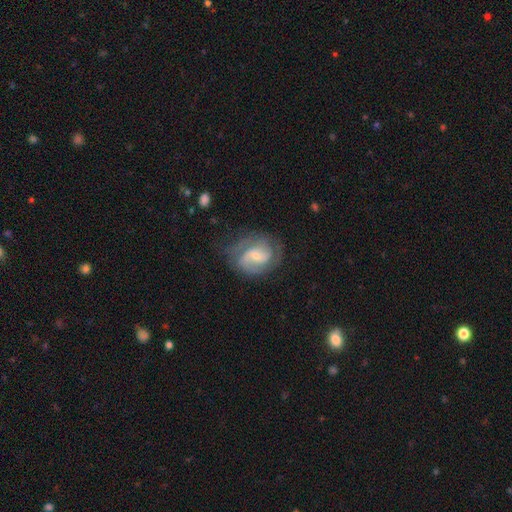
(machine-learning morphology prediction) Q: Smooth or featured?
A: featured or disk (82%); runner-up: smooth (13%)
Q: Edge-on disk?
A: no (98%); runner-up: yes (2%)
Q: Bar?
A: weak (47%); runner-up: no (42%)
Q: Spiral arms?
A: yes (95%); runner-up: no (5%)
Q: Spiral winding?
A: medium (46%); runner-up: tight (40%)
Q: Spiral arm count?
A: 2 (65%); runner-up: can't tell (14%)
Q: Bulge size?
A: small (60%); runner-up: moderate (34%)
Q: Merging?
A: none (66%); runner-up: minor disturbance (21%)